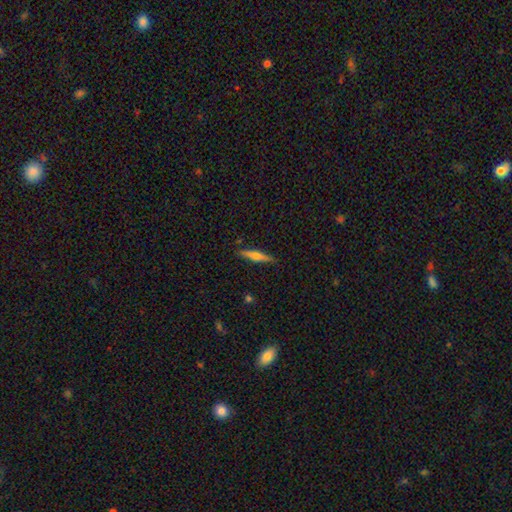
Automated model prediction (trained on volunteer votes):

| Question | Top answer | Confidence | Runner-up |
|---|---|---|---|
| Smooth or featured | smooth | 53% | featured or disk (41%) |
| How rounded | cigar-shaped | 87% | in between (11%) |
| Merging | none | 87% | minor disturbance (10%) |